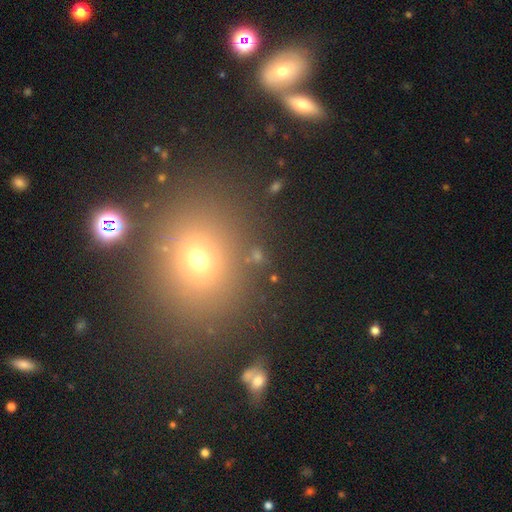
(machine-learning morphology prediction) Smooth or featured? Predicted: smooth (p=0.60). How rounded? Predicted: round (p=0.68). Merging? Predicted: none (p=0.82).